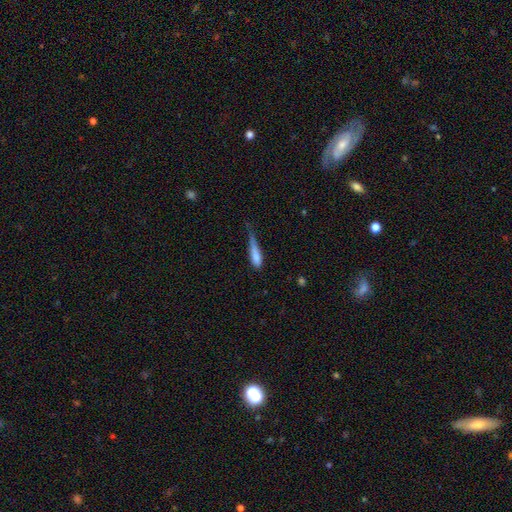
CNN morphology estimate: A smooth galaxy with no disk features (77%) that is cigar-shaped (64%).

Vote fractions:
- Smooth or featured? smooth: 77% / featured or disk: 16% / star or artifact: 7%
- How rounded? cigar-shaped: 64% / in between: 33% / round: 3%
- Merging? minor disturbance: 44% / major disturbance: 27% / none: 26% / merger: 4%